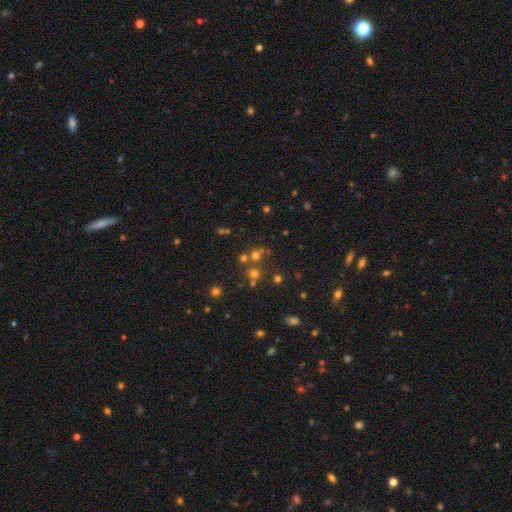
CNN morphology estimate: Smooth or featured?
  - smooth: 56% *
  - star or artifact: 30%
  - featured or disk: 13%
How rounded?
  - round: 87% *
  - in between: 12%
  - cigar-shaped: 1%
Merging?
  - none: 59% *
  - merger: 29%
  - minor disturbance: 8%
  - major disturbance: 4%